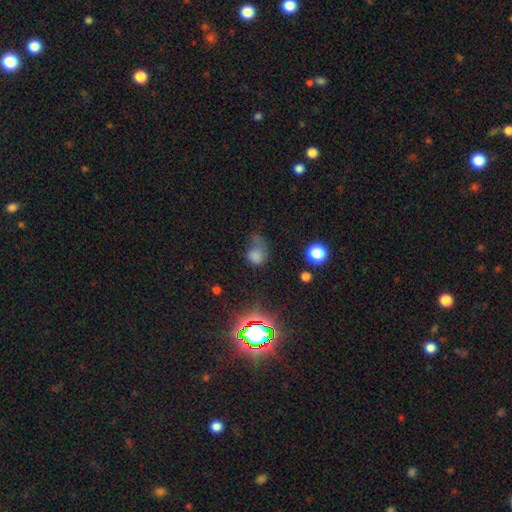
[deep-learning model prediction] Morphology: type=smooth (65%); roundness=round (50%); merging=major disturbance (43%).